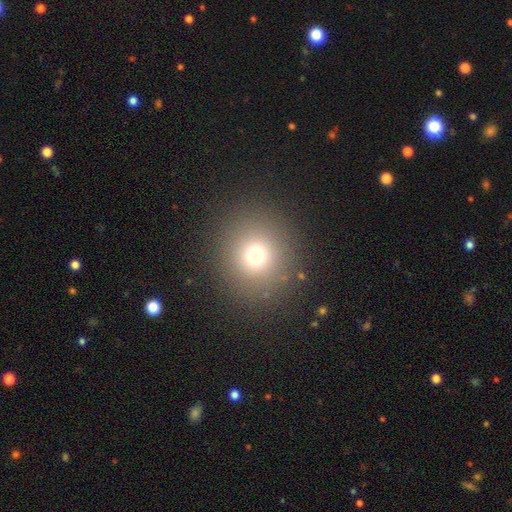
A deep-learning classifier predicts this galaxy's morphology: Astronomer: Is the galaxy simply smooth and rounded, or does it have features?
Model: smooth — 72%.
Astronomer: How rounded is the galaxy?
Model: round — 90%.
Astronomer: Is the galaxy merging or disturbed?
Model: none — 88%.